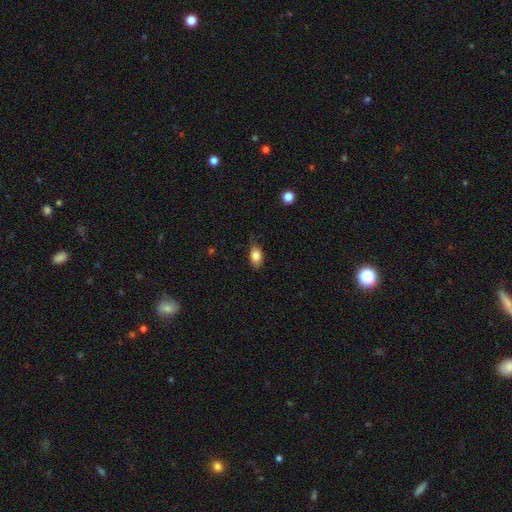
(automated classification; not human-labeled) The model was most divided on "merging": none: 71%, minor disturbance: 23%, major disturbance: 4%, merger: 1%. More confident: how rounded — in between (86%); smooth or featured — smooth (82%).